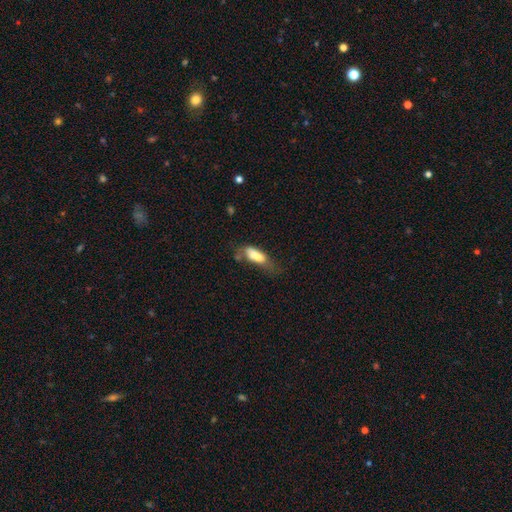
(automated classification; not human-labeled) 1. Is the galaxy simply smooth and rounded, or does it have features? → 66% smooth, 25% featured or disk, 9% star or artifact.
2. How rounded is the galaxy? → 66% in between, 30% cigar-shaped, 4% round.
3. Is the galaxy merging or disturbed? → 32% merger, 24% none, 23% major disturbance, 22% minor disturbance.